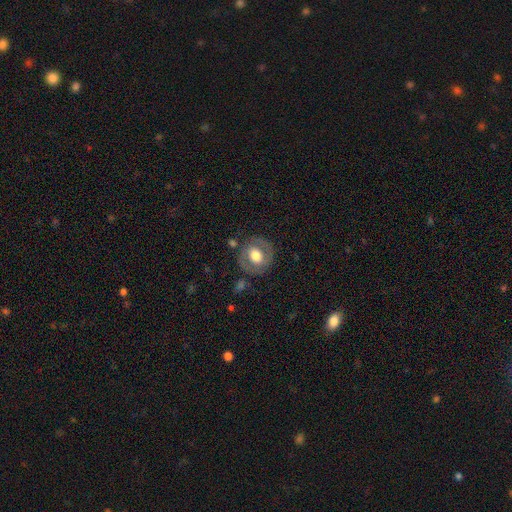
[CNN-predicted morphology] Smooth or featured? smooth (47%)
Merging? none (79%)